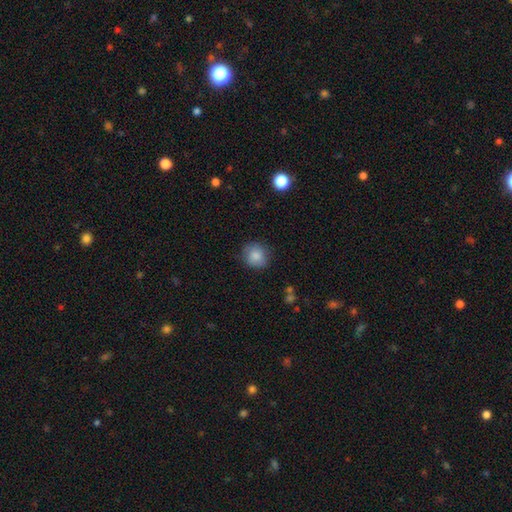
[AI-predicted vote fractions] Smooth or featured? smooth (84%)
How rounded? round (83%)
Merging? none (81%)